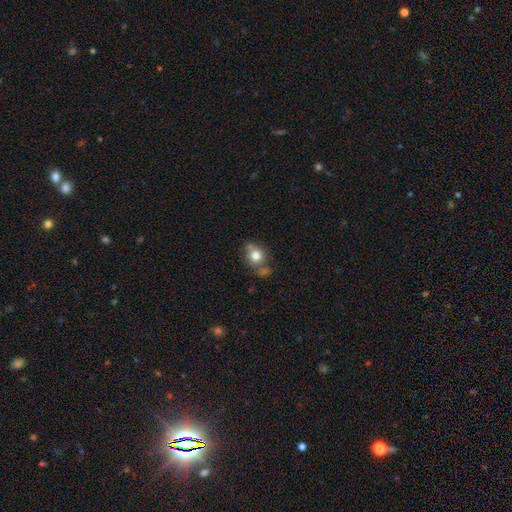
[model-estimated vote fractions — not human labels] Q: Smooth or featured?
A: smooth (76%); runner-up: featured or disk (13%)
Q: How rounded?
A: round (80%); runner-up: in between (19%)
Q: Merging?
A: none (57%); runner-up: merger (23%)